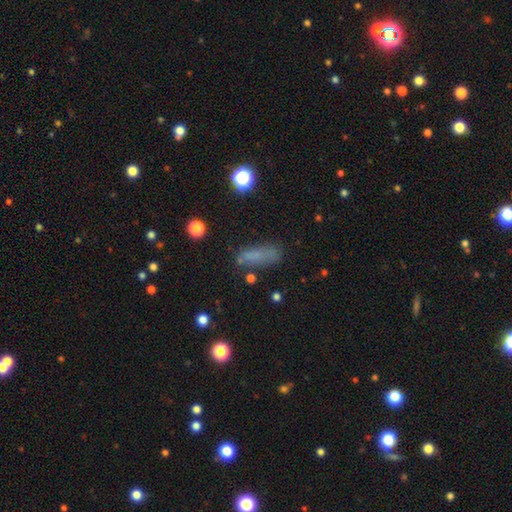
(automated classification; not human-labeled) A smooth galaxy with no disk features (67%) that is in between round and cigar-shaped (52%).

Vote fractions:
- Smooth or featured? smooth: 67% / star or artifact: 18% / featured or disk: 15%
- How rounded? in between: 52% / cigar-shaped: 43% / round: 5%
- Merging? none: 62% / minor disturbance: 21% / major disturbance: 10% / merger: 6%